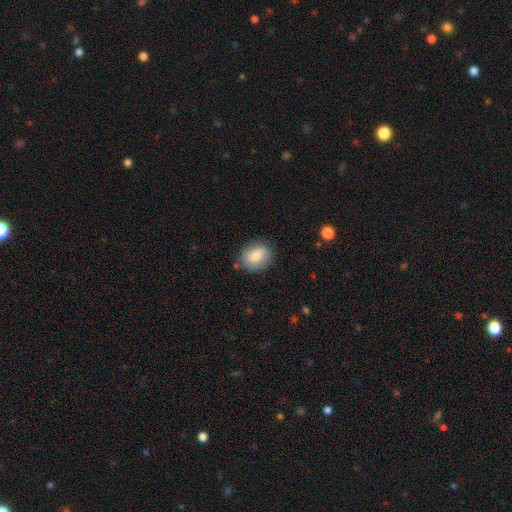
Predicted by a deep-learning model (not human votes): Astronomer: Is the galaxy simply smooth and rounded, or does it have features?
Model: smooth — 77%.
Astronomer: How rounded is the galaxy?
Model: round — 61% (runner-up: in between, 38%).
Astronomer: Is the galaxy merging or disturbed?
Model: none — 79%.